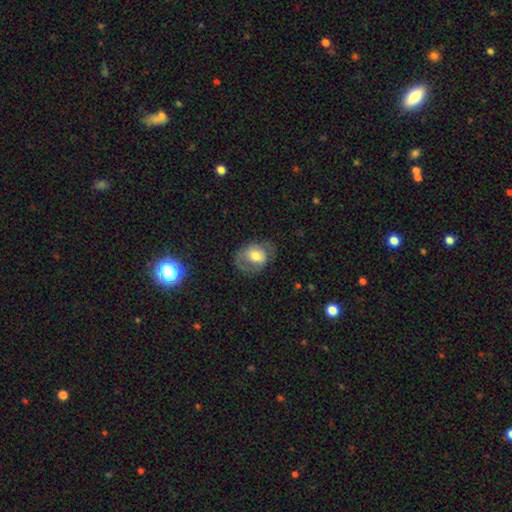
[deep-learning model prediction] A smooth galaxy with no disk features (56%) that is in between round and cigar-shaped (59%).

Vote fractions:
- Smooth or featured? smooth: 56% / featured or disk: 36% / star or artifact: 8%
- How rounded? in between: 59% / round: 40% / cigar-shaped: 1%
- Merging? none: 58% / minor disturbance: 23% / major disturbance: 17% / merger: 1%